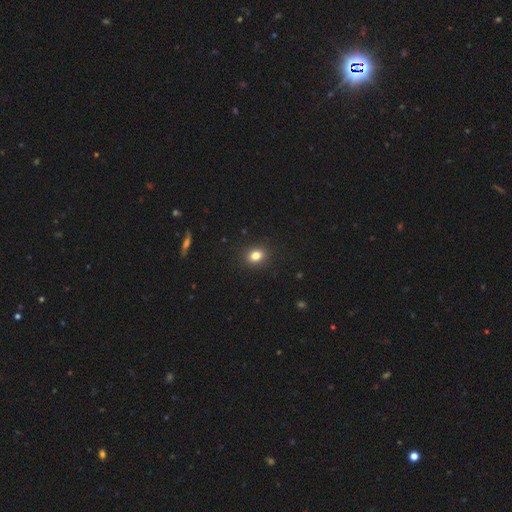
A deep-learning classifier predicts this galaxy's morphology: Smooth or featured? smooth (82%)
How rounded? round (58%)
Merging? none (91%)